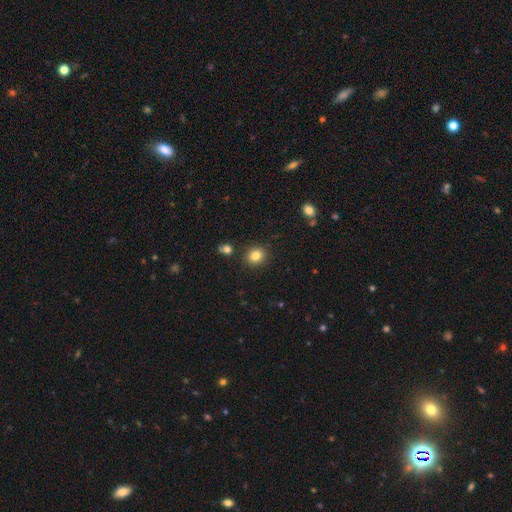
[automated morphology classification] Smooth or featured?
  - smooth: 82% *
  - star or artifact: 12%
  - featured or disk: 6%
How rounded?
  - round: 78% *
  - in between: 21%
  - cigar-shaped: 1%
Merging?
  - none: 87% *
  - minor disturbance: 7%
  - merger: 3%
  - major disturbance: 2%